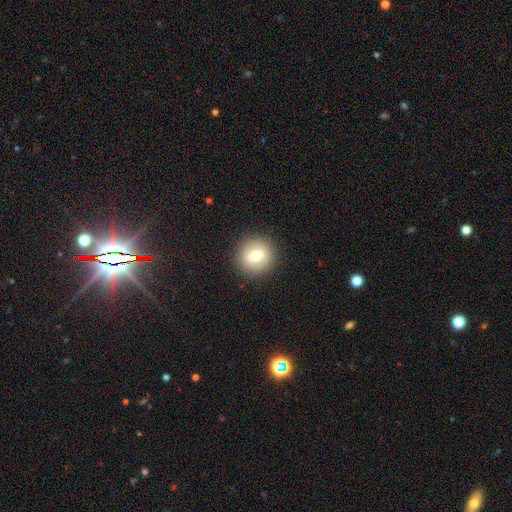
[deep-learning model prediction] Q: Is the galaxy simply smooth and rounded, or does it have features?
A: smooth — 69%.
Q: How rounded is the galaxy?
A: round — 93%.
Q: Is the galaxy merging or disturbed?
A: none — 90%.